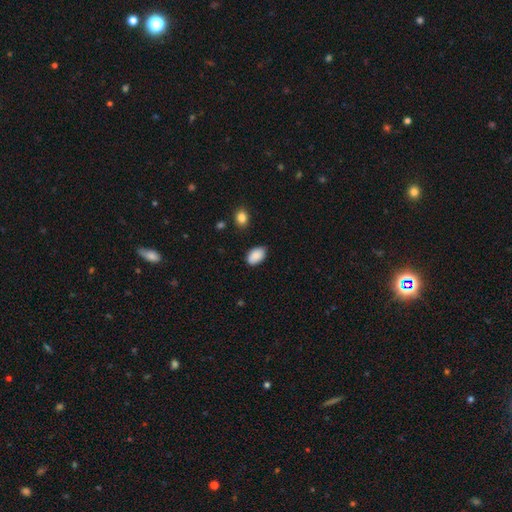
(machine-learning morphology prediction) A smooth galaxy with no disk features (89%) that is in between round and cigar-shaped (92%).

Vote fractions:
- Smooth or featured? smooth: 89% / star or artifact: 7% / featured or disk: 4%
- How rounded? in between: 92% / round: 7% / cigar-shaped: 1%
- Merging? none: 83% / minor disturbance: 13% / major disturbance: 2% / merger: 1%